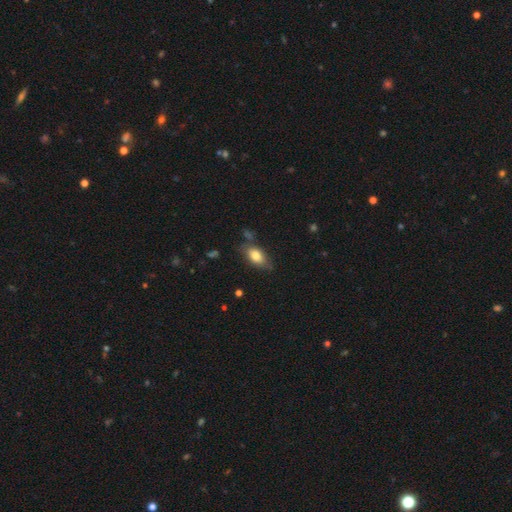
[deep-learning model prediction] Overall: smooth (77%). How rounded: in between (88%). Merging: none (65%).